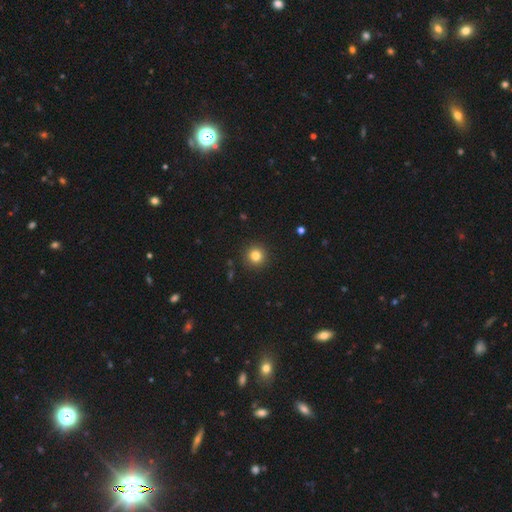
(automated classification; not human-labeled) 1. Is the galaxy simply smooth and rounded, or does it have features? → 82% smooth, 12% star or artifact, 6% featured or disk.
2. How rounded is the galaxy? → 95% round, 4% in between, 1% cigar-shaped.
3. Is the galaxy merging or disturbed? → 92% none, 5% minor disturbance, 2% major disturbance, 1% merger.